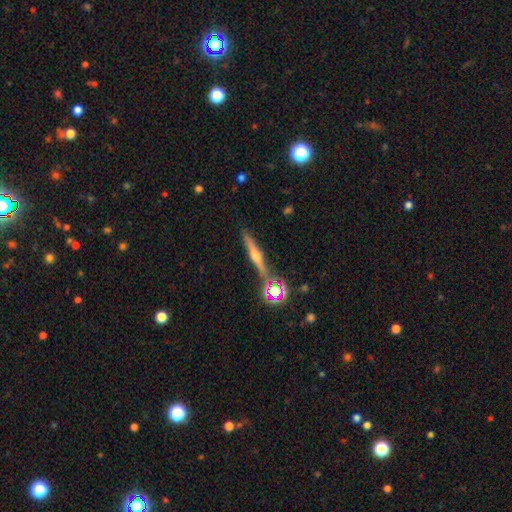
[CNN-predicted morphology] Q: Smooth or featured?
A: featured or disk (66%); runner-up: smooth (21%)
Q: Edge-on disk?
A: yes (97%); runner-up: no (3%)
Q: Edge-on bulge?
A: rounded (91%); runner-up: none (5%)
Q: Merging?
A: none (86%); runner-up: minor disturbance (8%)